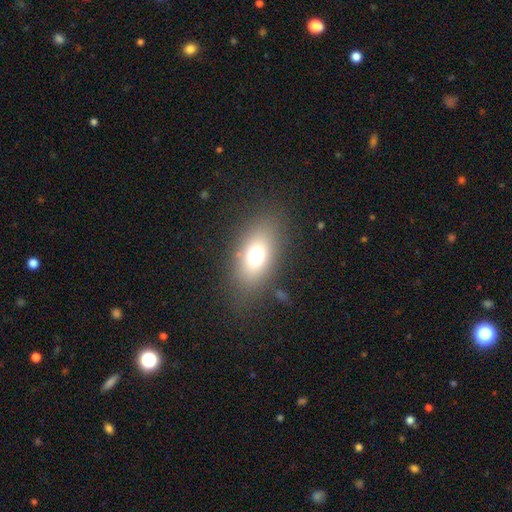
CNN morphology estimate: Smooth or featured?
  - smooth: 66% *
  - featured or disk: 17%
  - star or artifact: 17%
How rounded?
  - in between: 76% *
  - round: 21%
  - cigar-shaped: 3%
Merging?
  - none: 80% *
  - minor disturbance: 11%
  - major disturbance: 7%
  - merger: 2%